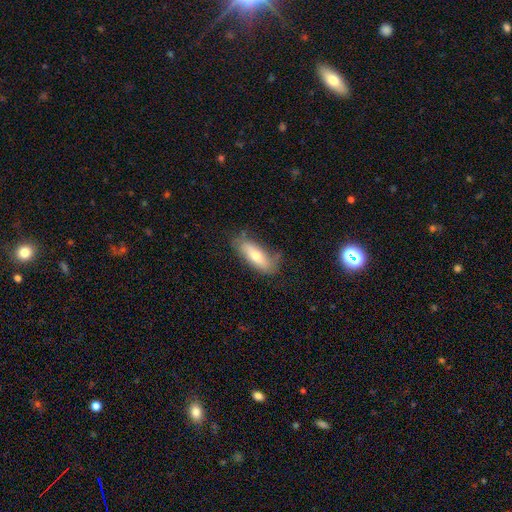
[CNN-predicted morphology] Overall: smooth (64%; featured or disk 29%). How rounded: in between (66%; cigar-shaped 32%). Merging: none (67%).